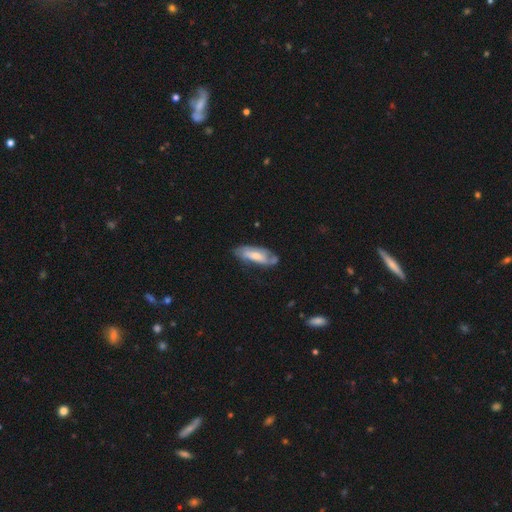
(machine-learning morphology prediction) smooth-or-featured: featured or disk: 54% | smooth: 40% | star or artifact: 6%
  disk-edge-on: no: 81% | yes: 19%
  merging: none: 57% | minor disturbance: 28% | major disturbance: 11% | merger: 3%